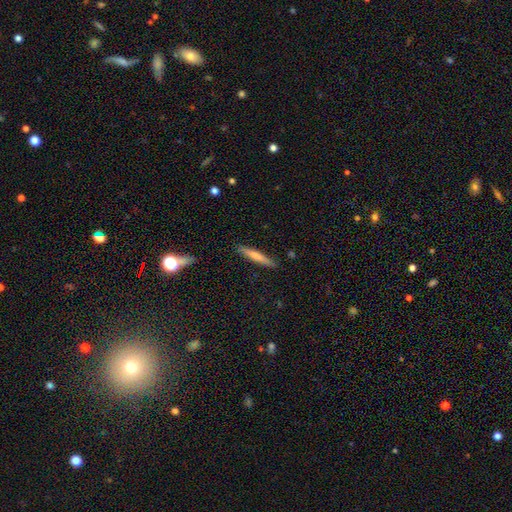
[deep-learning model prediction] This is possibly a smooth galaxy (54%). How rounded: clearly cigar-shaped (94%). Merging: clearly none (89%).